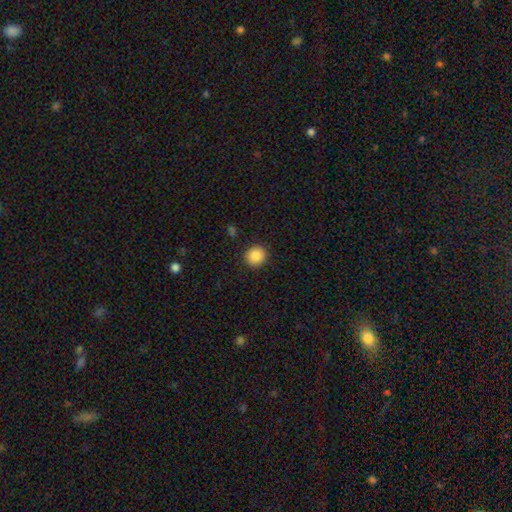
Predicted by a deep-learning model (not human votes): Smooth or featured?
  - smooth: 87% *
  - star or artifact: 9%
  - featured or disk: 3%
How rounded?
  - round: 86% *
  - in between: 13%
  - cigar-shaped: 1%
Merging?
  - none: 90% *
  - minor disturbance: 6%
  - major disturbance: 2%
  - merger: 1%